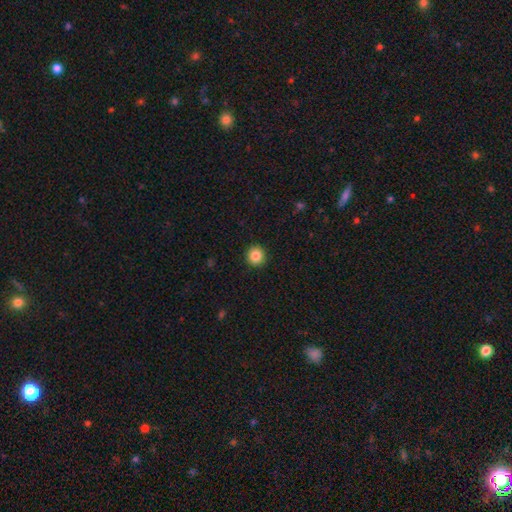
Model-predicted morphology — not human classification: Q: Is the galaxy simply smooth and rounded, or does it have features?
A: smooth — 86%.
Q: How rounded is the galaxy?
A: round — 94%.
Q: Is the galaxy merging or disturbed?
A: none — 93%.